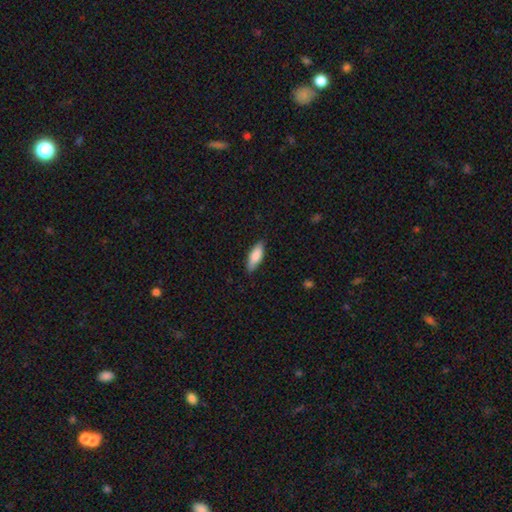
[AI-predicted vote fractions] Smooth or featured: smooth — 82% (featured or disk — 13%)
How rounded: in between — 66% (cigar-shaped — 32%)
Merging: none — 83% (minor disturbance — 13%)